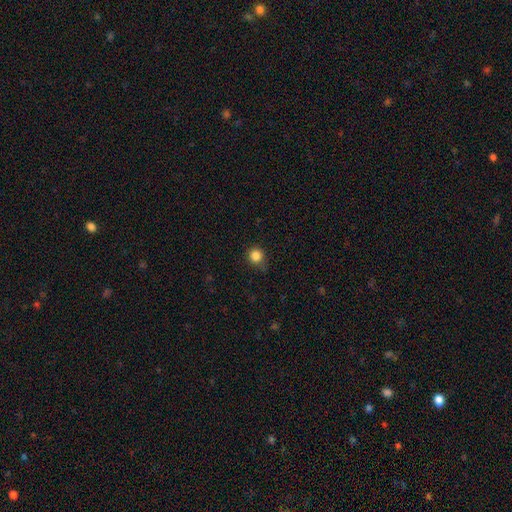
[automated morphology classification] Smooth or featured?
  - smooth: 85% *
  - star or artifact: 12%
  - featured or disk: 4%
How rounded?
  - round: 89% *
  - in between: 10%
  - cigar-shaped: 1%
Merging?
  - none: 80% *
  - minor disturbance: 16%
  - major disturbance: 3%
  - merger: 1%